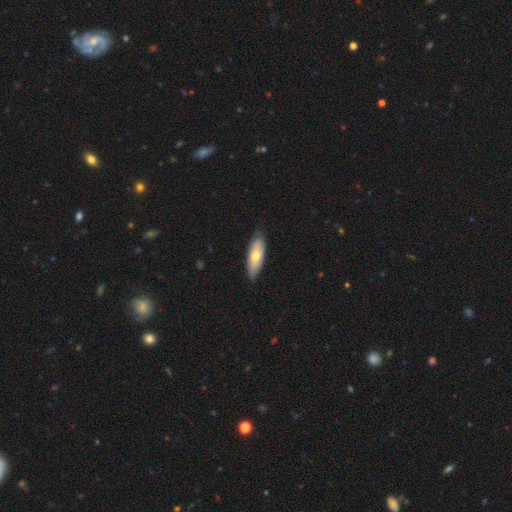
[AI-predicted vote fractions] A smooth galaxy with no disk features (64%) that is in between round and cigar-shaped (67%).

Vote fractions:
- Smooth or featured? smooth: 64% / featured or disk: 30% / star or artifact: 6%
- How rounded? in between: 67% / cigar-shaped: 30% / round: 2%
- Merging? none: 79% / minor disturbance: 17% / major disturbance: 3% / merger: 1%